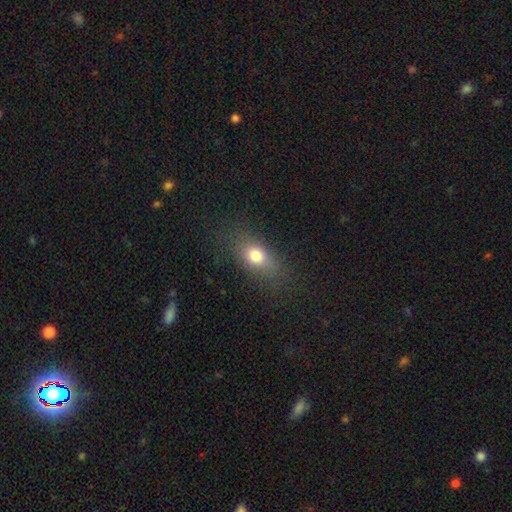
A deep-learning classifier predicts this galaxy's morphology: This is likely a smooth galaxy (76%). How rounded: likely in between (71%). Merging: likely none (77%).